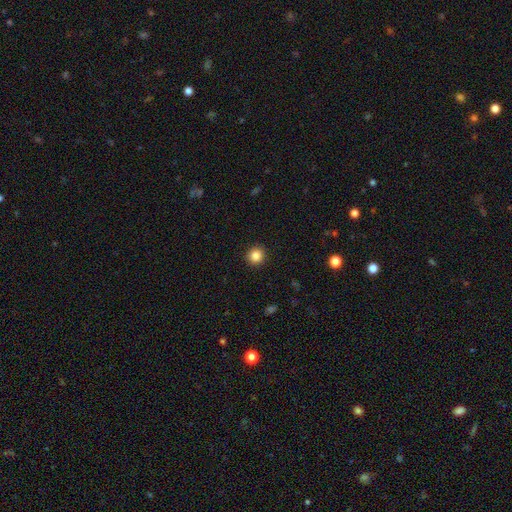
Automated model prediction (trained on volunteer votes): Smooth or featured? Predicted: smooth (p=0.85). How rounded? Predicted: round (p=0.93). Merging? Predicted: none (p=0.92).